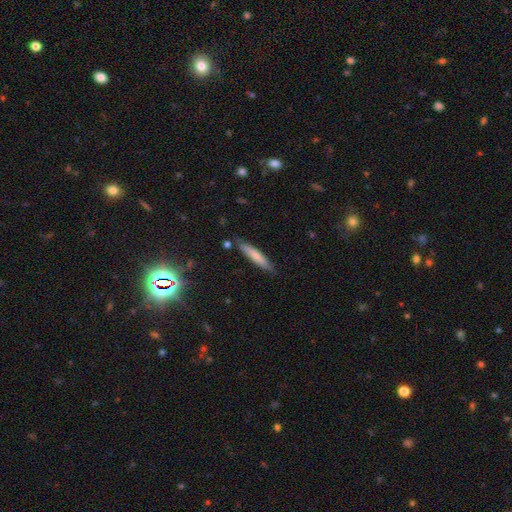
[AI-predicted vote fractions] A smooth galaxy with no disk features (74%) that is cigar-shaped (89%). Merging: none (83%).